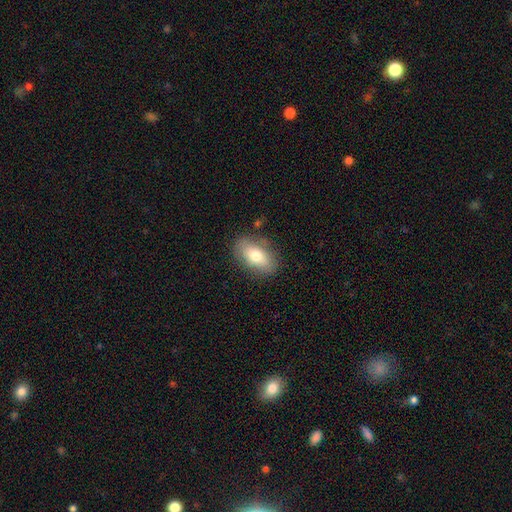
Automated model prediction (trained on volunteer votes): Smooth or featured? smooth (74%)
How rounded? in between (90%)
Merging? none (81%)